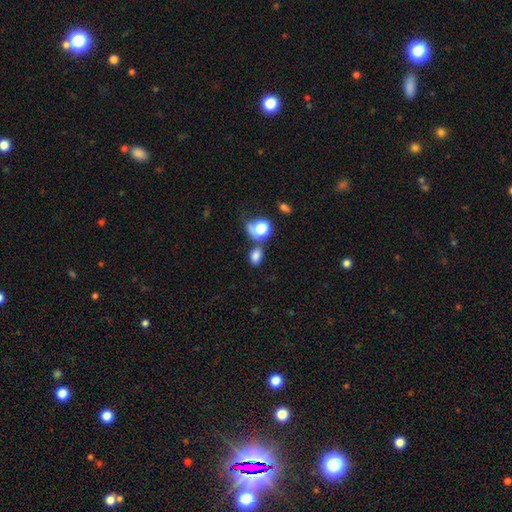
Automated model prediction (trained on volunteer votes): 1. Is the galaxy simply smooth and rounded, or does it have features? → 77% smooth, 14% star or artifact, 8% featured or disk.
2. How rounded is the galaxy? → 67% in between, 31% round, 2% cigar-shaped.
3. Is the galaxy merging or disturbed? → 57% none, 22% merger, 14% minor disturbance, 7% major disturbance.